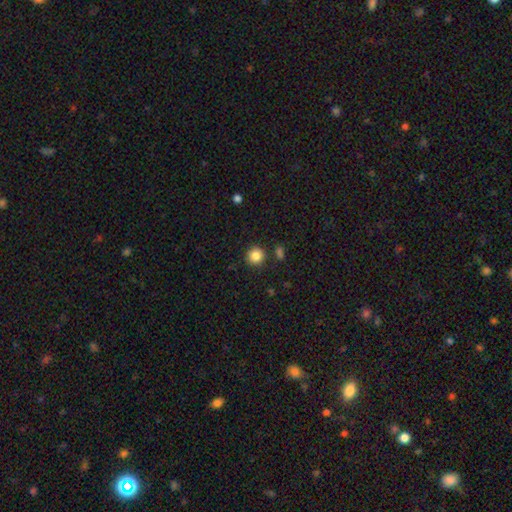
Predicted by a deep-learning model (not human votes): smooth_or_featured: smooth (p=0.85) [alt: star or artifact p=0.10]
how_rounded: round (p=0.93) [alt: in between p=0.06]
merging: none (p=0.87) [alt: minor disturbance p=0.07]